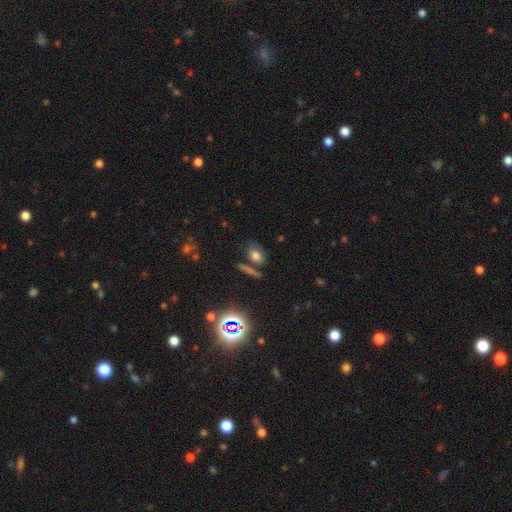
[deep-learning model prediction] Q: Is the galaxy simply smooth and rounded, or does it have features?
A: smooth — 67%.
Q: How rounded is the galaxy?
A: in between — 69%.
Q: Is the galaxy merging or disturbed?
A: none — 67%.